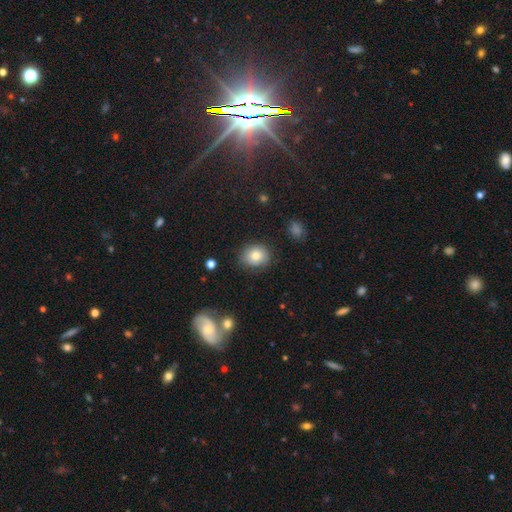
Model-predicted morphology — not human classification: A smooth galaxy with no disk features (79%) that is round (66%). Merging: none (81%).